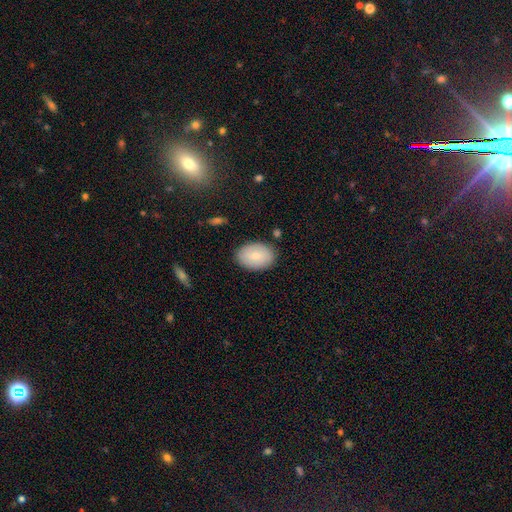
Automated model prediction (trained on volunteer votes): Smooth or featured: smooth — 79% (featured or disk — 15%)
How rounded: in between — 83% (round — 16%)
Merging: none — 86% (minor disturbance — 11%)